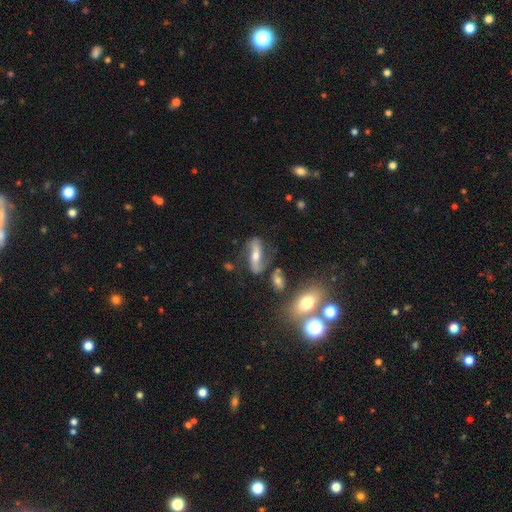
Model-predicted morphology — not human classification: Smooth or featured: featured or disk — 66% (smooth — 23%)
Edge-on disk: no — 75% (yes — 25%)
Merging: none — 70% (minor disturbance — 16%)